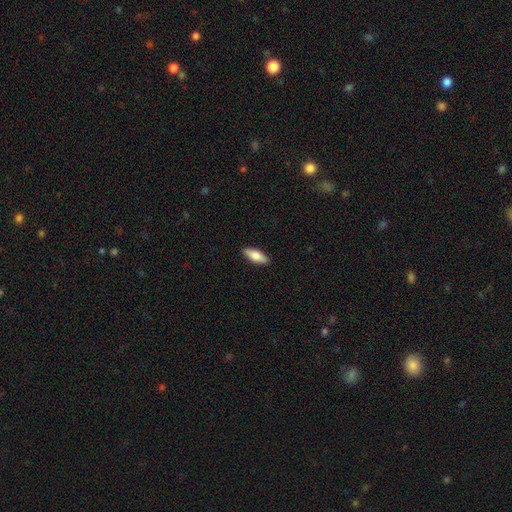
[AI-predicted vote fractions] The model was most divided on "how rounded": in between: 68%, cigar-shaped: 30%, round: 2%. More confident: merging — none (90%); smooth or featured — smooth (75%).